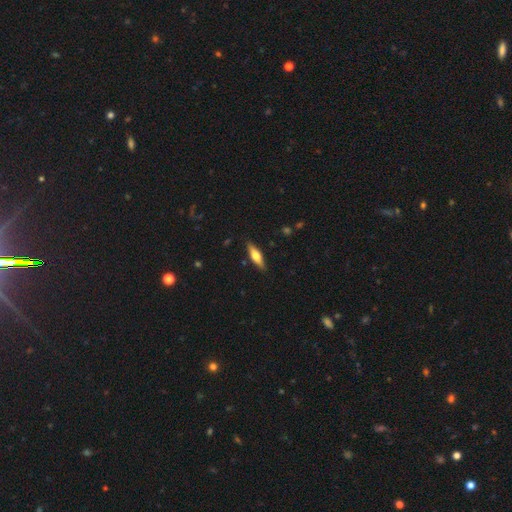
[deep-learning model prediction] The model was most divided on "smooth or featured": featured or disk: 48%, smooth: 46%, star or artifact: 6%. More confident: merging — none (88%).